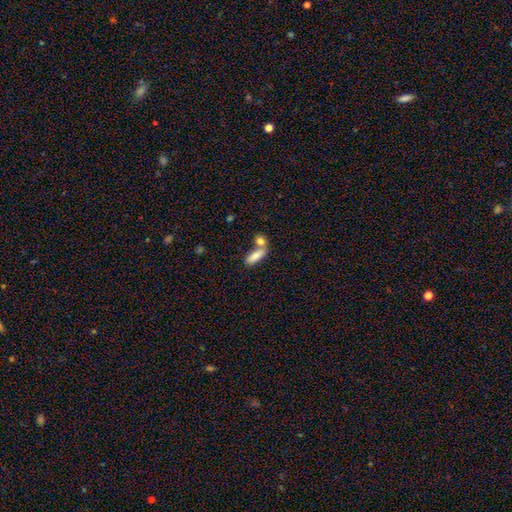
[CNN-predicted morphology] Smooth or featured? smooth (81%)
How rounded? in between (59%)
Merging? none (46%)